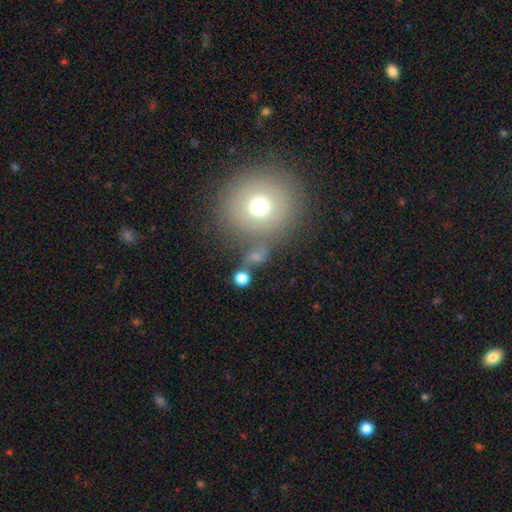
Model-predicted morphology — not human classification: This appears to be a smooth galaxy with no disk features (63%) that is round (89%). Merging: none (76%).